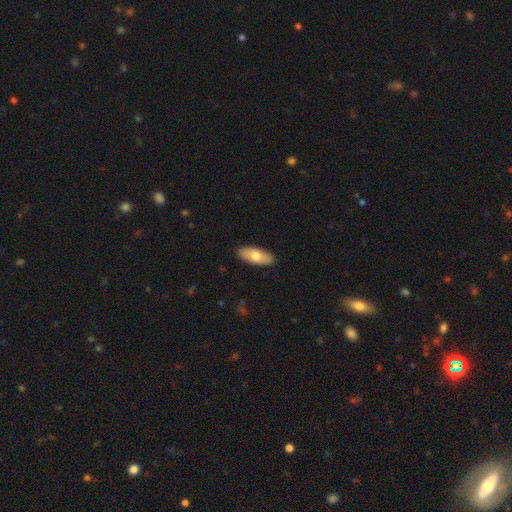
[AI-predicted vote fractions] This is likely a smooth galaxy (73%). How rounded: likely in between (78%). Merging: clearly none (90%).